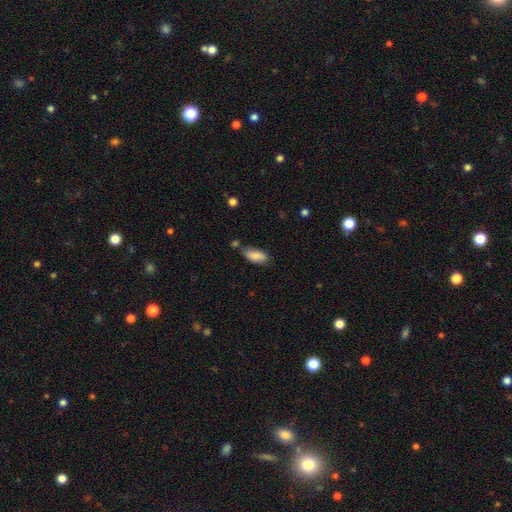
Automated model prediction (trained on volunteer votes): smooth_or_featured: smooth (p=0.87) [alt: star or artifact p=0.07]
how_rounded: in between (p=0.89) [alt: cigar-shaped p=0.09]
merging: none (p=0.68) [alt: minor disturbance p=0.20]